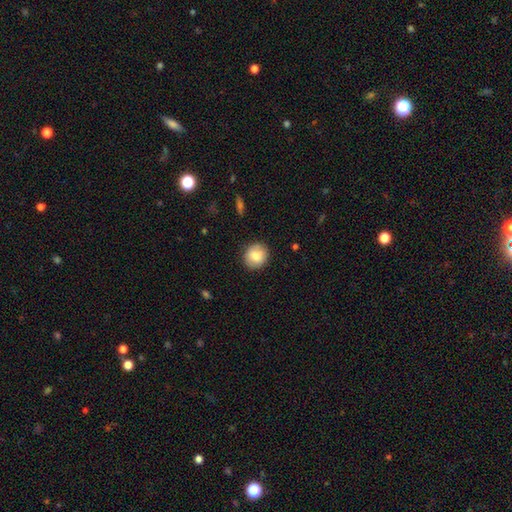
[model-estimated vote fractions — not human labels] smooth 82%, featured or disk 11%, star or artifact 7%. Down the decision tree: how rounded — round (84%); merging — none (87%).